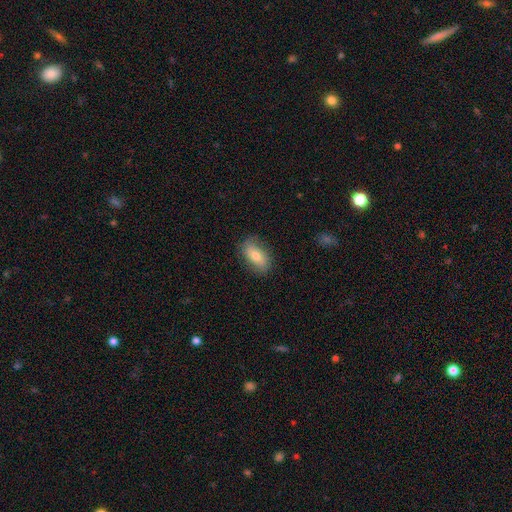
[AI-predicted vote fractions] This appears to be a smooth galaxy with no disk features (68%) that is in between round and cigar-shaped (88%). Merging: none (81%).